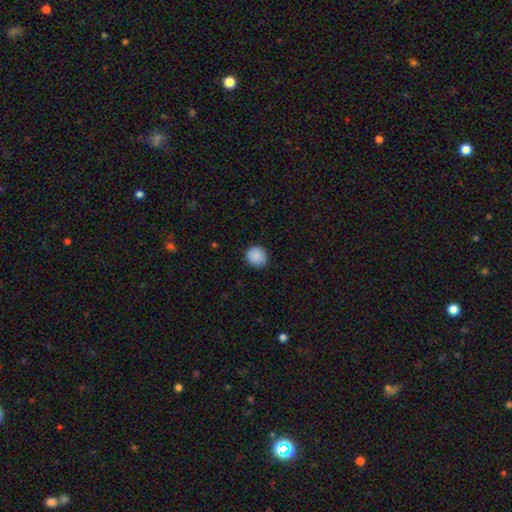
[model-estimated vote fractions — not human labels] The model was most divided on "merging": none: 85%, minor disturbance: 12%, major disturbance: 2%, merger: 1%. More confident: smooth or featured — smooth (88%); how rounded — round (87%).